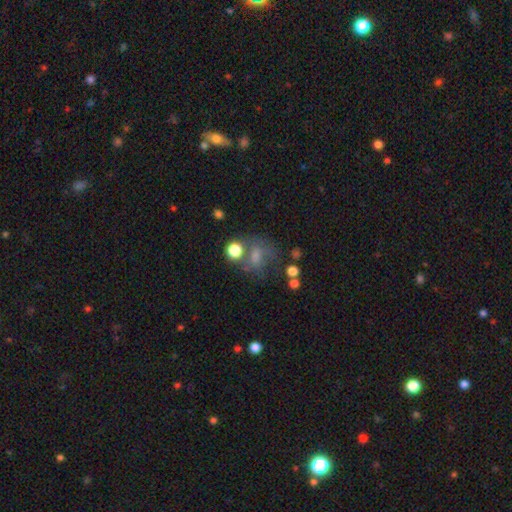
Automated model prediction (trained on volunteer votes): Q: Smooth or featured?
A: smooth (45%); runner-up: star or artifact (28%)
Q: Merging?
A: none (53%); runner-up: minor disturbance (18%)